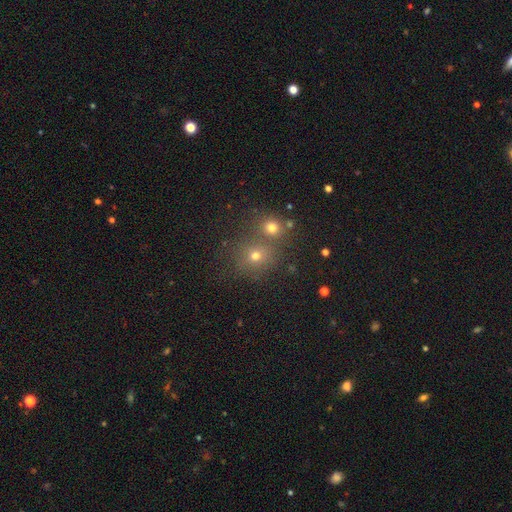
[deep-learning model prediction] A smooth galaxy with no disk features (66%) that is round (82%).

Vote fractions:
- Smooth or featured? smooth: 66% / star or artifact: 22% / featured or disk: 11%
- How rounded? round: 82% / in between: 17% / cigar-shaped: 1%
- Merging? none: 55% / merger: 33% / minor disturbance: 8% / major disturbance: 4%